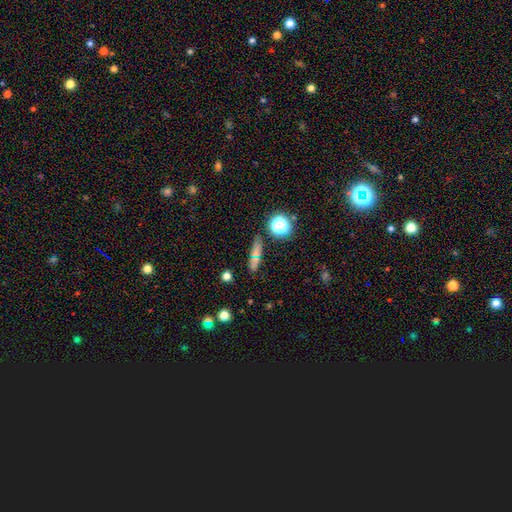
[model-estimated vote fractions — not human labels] Smooth or featured?
  - smooth: 59% *
  - star or artifact: 23%
  - featured or disk: 18%
How rounded?
  - cigar-shaped: 59% *
  - in between: 26%
  - round: 15%
Merging?
  - none: 77% *
  - minor disturbance: 13%
  - merger: 6%
  - major disturbance: 4%